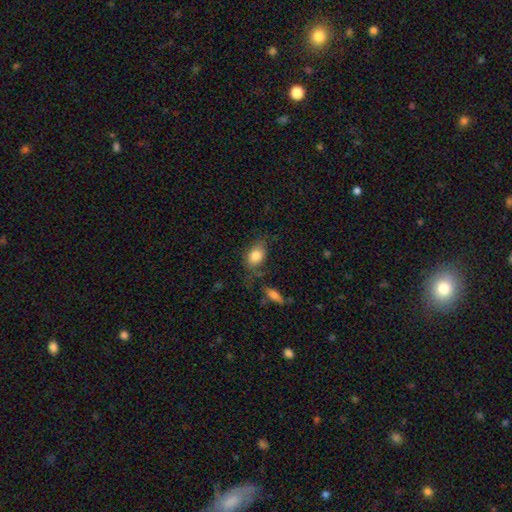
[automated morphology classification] Smooth or featured? Predicted: smooth (p=0.81). How rounded? Predicted: in between (p=0.81). Merging? Predicted: none (p=0.61).